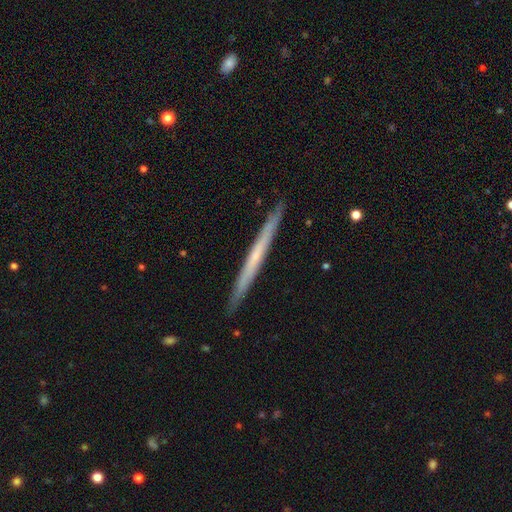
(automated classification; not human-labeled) This is possibly a featured or disk galaxy (56%). It is clearly viewed edge-on (97%). Edge-on bulge: clearly none (85%). Merging: clearly none (92%).